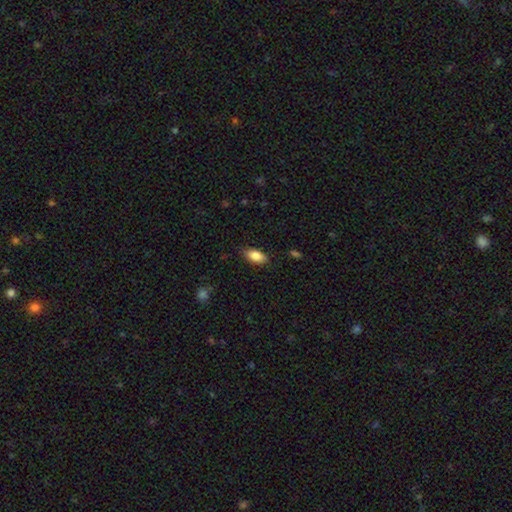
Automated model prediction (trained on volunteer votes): smooth-or-featured: smooth: 85% | featured or disk: 8% | star or artifact: 7%
  how-rounded: in between: 89% | cigar-shaped: 8% | round: 3%
  merging: none: 84% | minor disturbance: 13% | major disturbance: 3% | merger: 1%